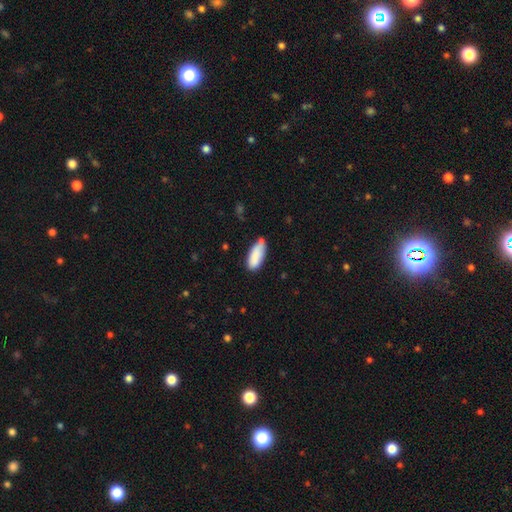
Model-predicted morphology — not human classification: smooth-or-featured: smooth: 86% | featured or disk: 7% | star or artifact: 6%
  how-rounded: in between: 80% | cigar-shaped: 18% | round: 2%
  merging: none: 61% | minor disturbance: 29% | major disturbance: 5% | merger: 4%